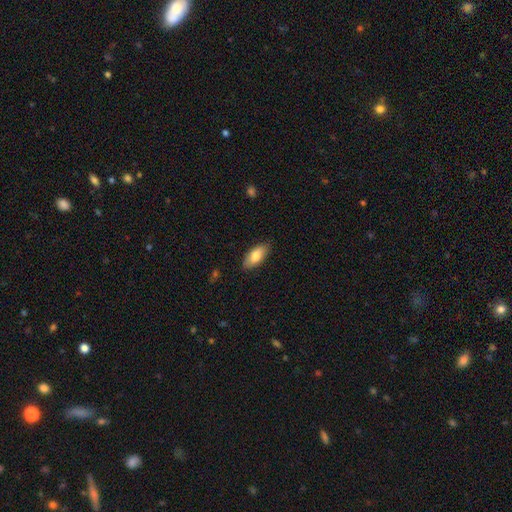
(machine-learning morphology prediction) A smooth galaxy with no disk features (81%) that is in between round and cigar-shaped (90%).

Vote fractions:
- Smooth or featured? smooth: 81% / featured or disk: 13% / star or artifact: 6%
- How rounded? in between: 90% / cigar-shaped: 8% / round: 2%
- Merging? none: 85% / minor disturbance: 12% / major disturbance: 2% / merger: 1%